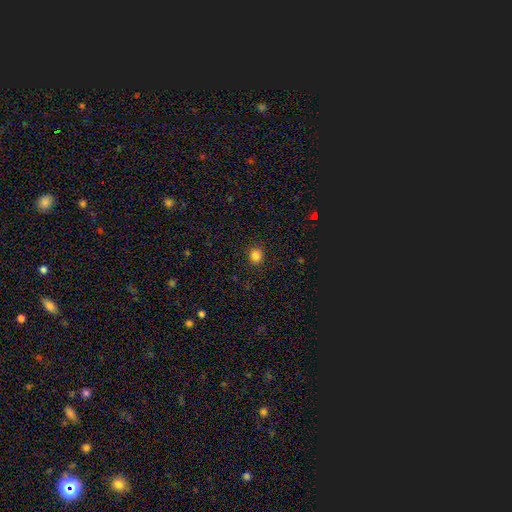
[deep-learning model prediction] Overall: smooth (83%). How rounded: round (85%). Merging: none (91%).